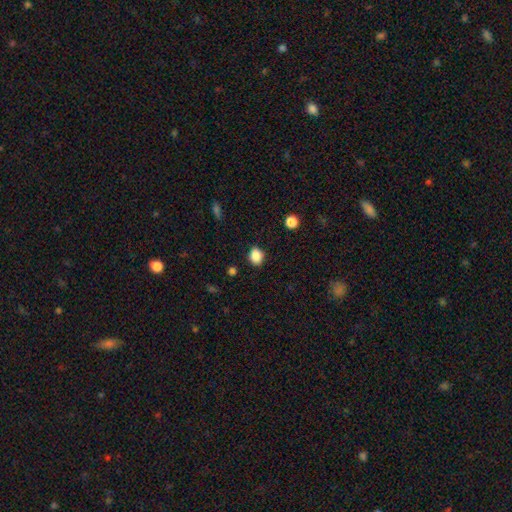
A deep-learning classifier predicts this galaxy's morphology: A smooth galaxy with no disk features (86%) that is round (61%). Merging: none (83%).